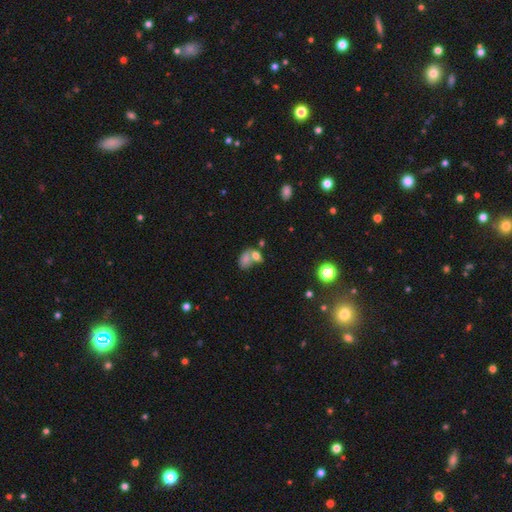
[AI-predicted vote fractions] A smooth galaxy with no disk features (70%) that is in between round and cigar-shaped (74%). Merging: merger (58%).